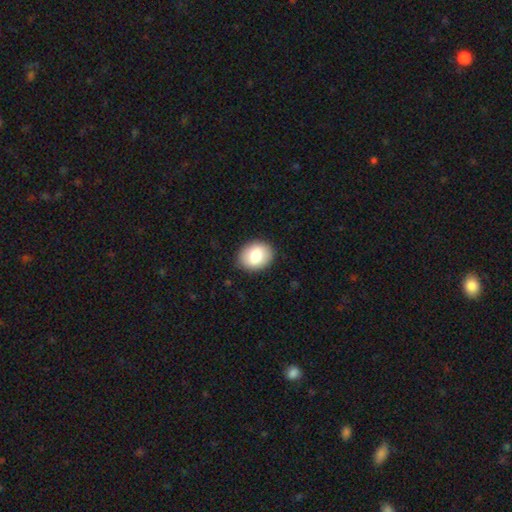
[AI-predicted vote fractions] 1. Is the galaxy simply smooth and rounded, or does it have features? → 82% smooth, 11% featured or disk, 7% star or artifact.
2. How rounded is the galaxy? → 56% in between, 43% round, 1% cigar-shaped.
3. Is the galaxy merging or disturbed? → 88% none, 9% minor disturbance, 2% major disturbance, 1% merger.